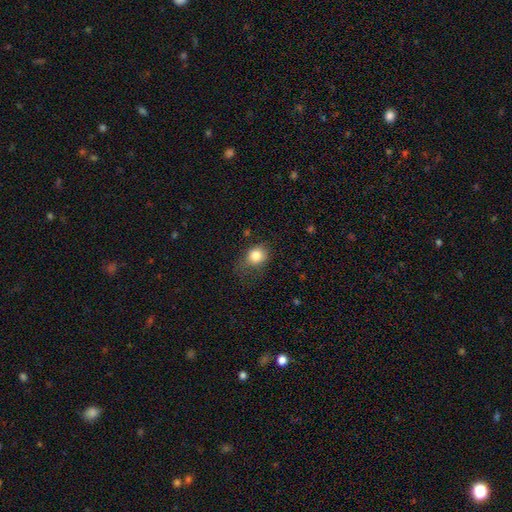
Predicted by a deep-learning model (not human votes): smooth_or_featured: smooth (p=0.82) [alt: star or artifact p=0.10]
how_rounded: round (p=0.59) [alt: in between p=0.40]
merging: none (p=0.50) [alt: minor disturbance p=0.31]